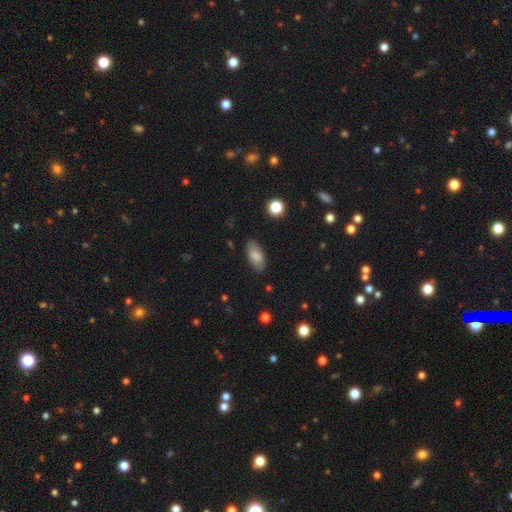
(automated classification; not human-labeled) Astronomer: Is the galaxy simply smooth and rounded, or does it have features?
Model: smooth — 82%.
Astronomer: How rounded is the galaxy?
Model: in between — 87%.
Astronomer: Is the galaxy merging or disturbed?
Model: none — 85%.